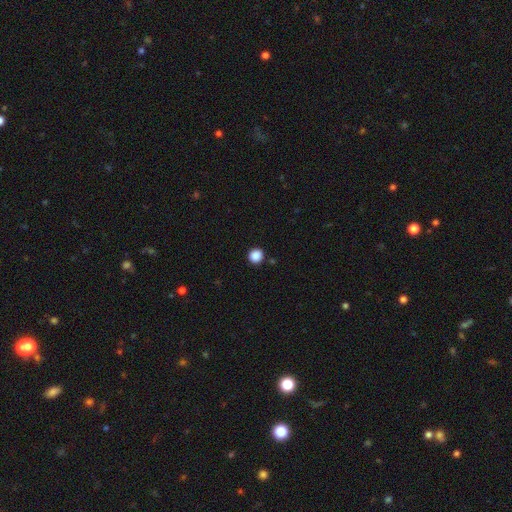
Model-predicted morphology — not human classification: smooth-or-featured: smooth: 88% | star or artifact: 10% | featured or disk: 2%
  how-rounded: round: 92% | in between: 7% | cigar-shaped: 1%
  merging: none: 91% | minor disturbance: 5% | major disturbance: 2% | merger: 2%